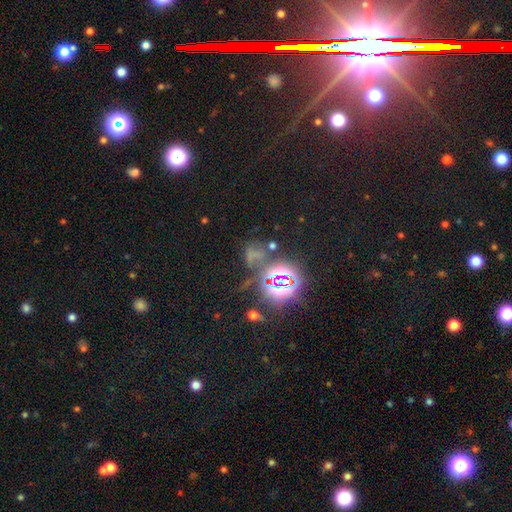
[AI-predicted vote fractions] Morphology: type=star or artifact (62%).